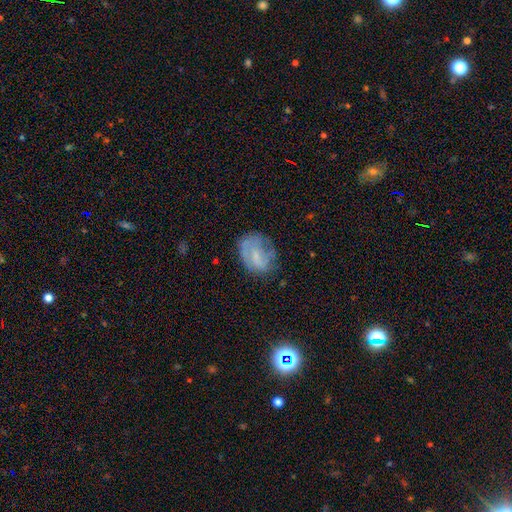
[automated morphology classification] A featured or disk galaxy (48%). Merging: none (57%).